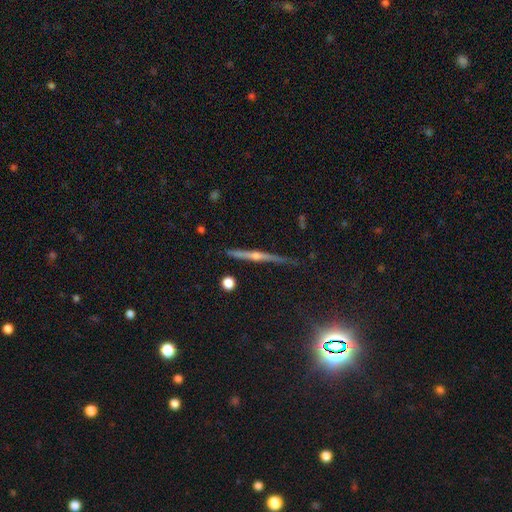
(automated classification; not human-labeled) featured or disk 76%, star or artifact 13%, smooth 11%. Down the decision tree: edge-on disk — yes (98%); edge-on bulge — rounded (88%); merging — none (87%).